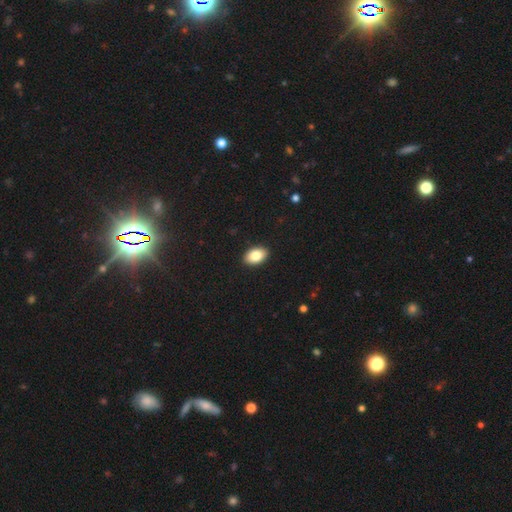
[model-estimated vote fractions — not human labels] Overall: smooth (84%). How rounded: in between (91%). Merging: none (91%).